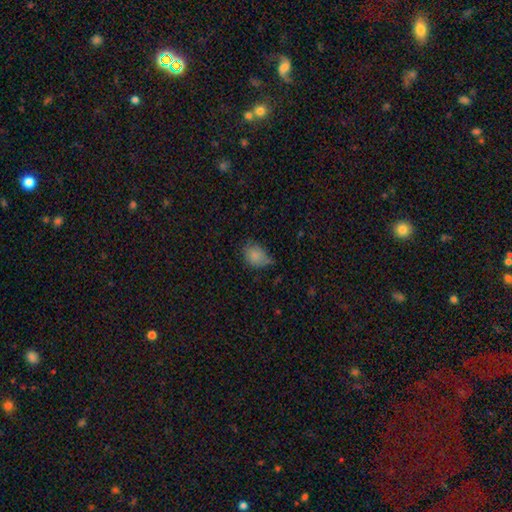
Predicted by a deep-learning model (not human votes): Smooth or featured? smooth (83%)
How rounded? in between (69%)
Merging? none (50%)